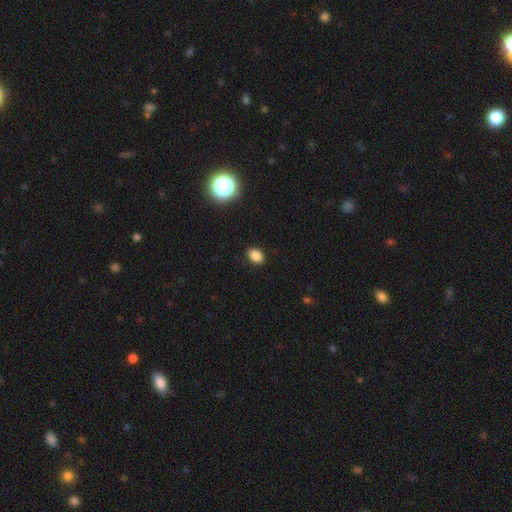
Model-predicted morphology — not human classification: A smooth galaxy with no disk features (84%) that is in between round and cigar-shaped (73%). Merging: none (89%).